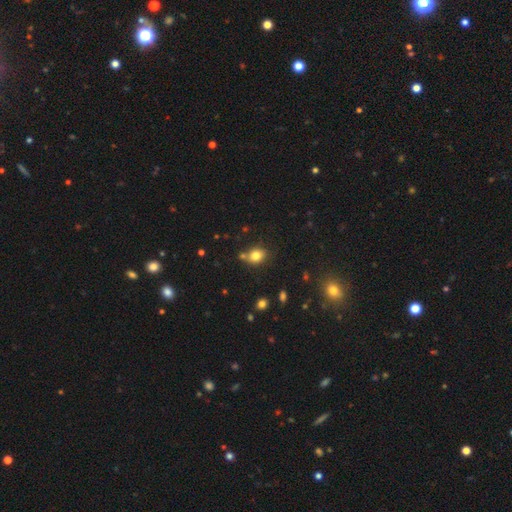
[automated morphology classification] smooth 80%, star or artifact 12%, featured or disk 8%. Down the decision tree: how rounded — round (50%); merging — none (68%).